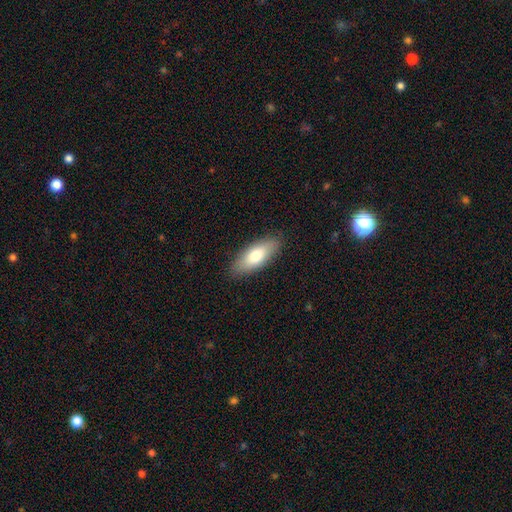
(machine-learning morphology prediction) Smooth or featured?
  - smooth: 77% *
  - featured or disk: 17%
  - star or artifact: 6%
How rounded?
  - in between: 73% *
  - cigar-shaped: 24%
  - round: 2%
Merging?
  - none: 87% *
  - minor disturbance: 10%
  - major disturbance: 2%
  - merger: 1%